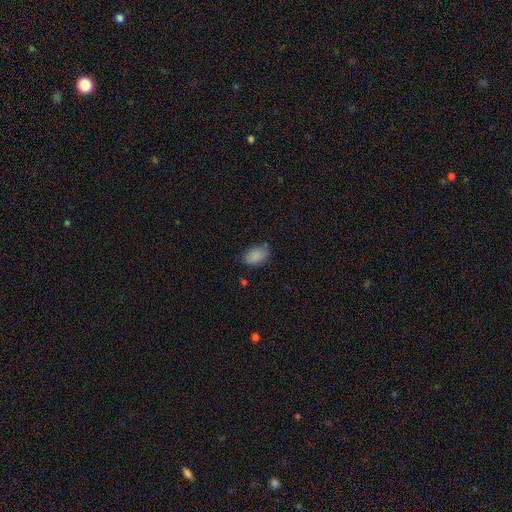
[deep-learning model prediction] A smooth galaxy with no disk features (86%) that is in between round and cigar-shaped (86%). Merging: none (71%).